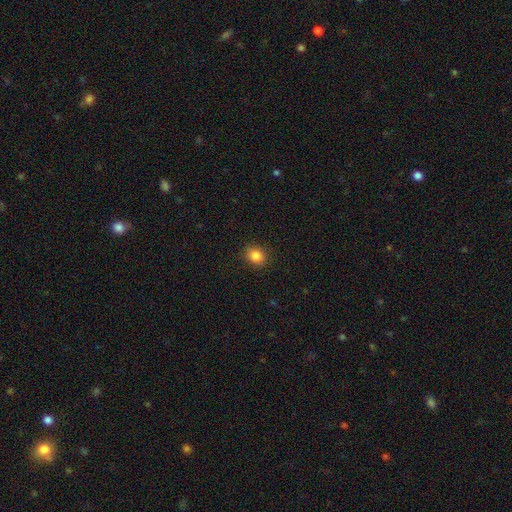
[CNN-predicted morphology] Overall: smooth (85%). How rounded: round (62%; in between 37%). Merging: none (88%).